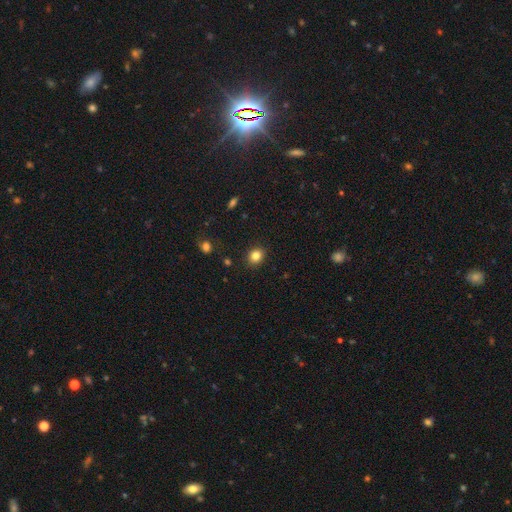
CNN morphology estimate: smooth_or_featured: smooth (p=0.83) [alt: star or artifact p=0.11]
how_rounded: round (p=0.66) [alt: in between p=0.33]
merging: none (p=0.89) [alt: minor disturbance p=0.08]